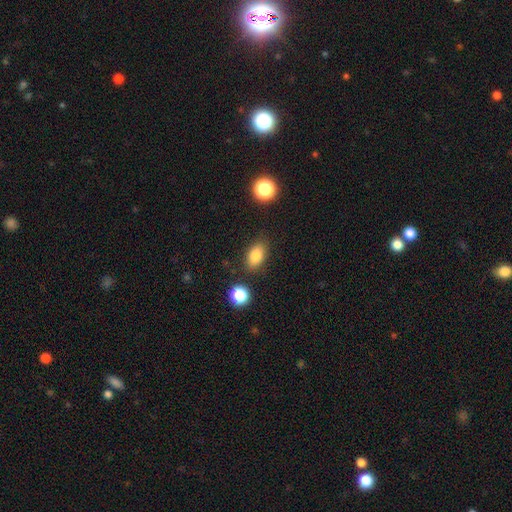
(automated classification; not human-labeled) This appears to be a smooth galaxy with no disk features (81%) that is in between round and cigar-shaped (84%). Merging: none (83%).